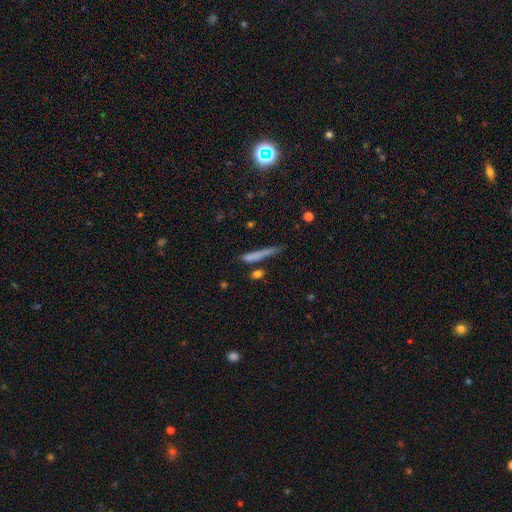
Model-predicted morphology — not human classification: smooth_or_featured: smooth (p=0.69) [alt: featured or disk p=0.21]
how_rounded: cigar-shaped (p=0.91) [alt: in between p=0.06]
merging: none (p=0.61) [alt: minor disturbance p=0.20]